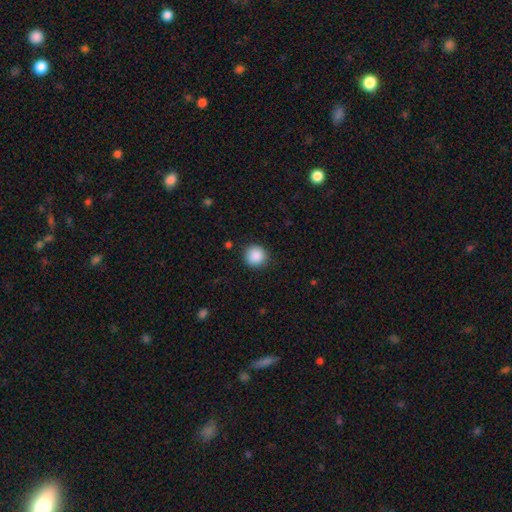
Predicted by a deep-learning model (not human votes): This appears to be a smooth galaxy with no disk features (88%) that is round (93%). Merging: none (89%).